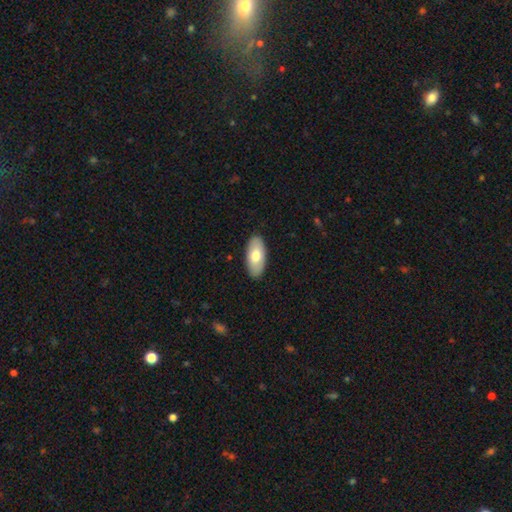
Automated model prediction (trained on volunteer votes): A smooth galaxy with no disk features (73%) that is in between round and cigar-shaped (93%).

Vote fractions:
- Smooth or featured? smooth: 73% / featured or disk: 22% / star or artifact: 5%
- How rounded? in between: 93% / cigar-shaped: 5% / round: 2%
- Merging? none: 89% / minor disturbance: 8% / major disturbance: 2% / merger: 1%